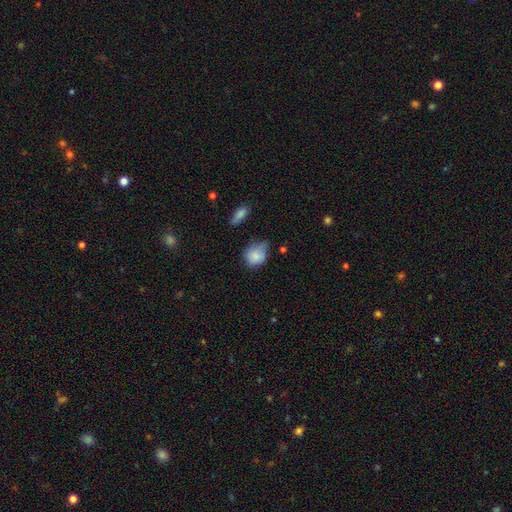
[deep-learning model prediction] Overall: smooth (81%). How rounded: round (52%; in between 47%). Merging: minor disturbance (43%; none 41%).